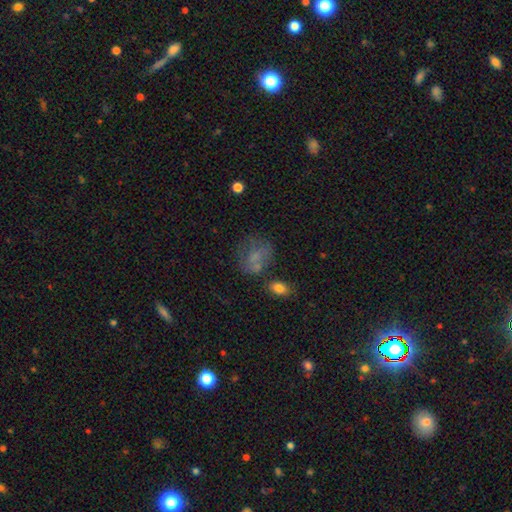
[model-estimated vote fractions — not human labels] Q: Smooth or featured?
A: smooth (55%); runner-up: featured or disk (29%)
Q: How rounded?
A: round (52%); runner-up: in between (46%)
Q: Merging?
A: none (44%); runner-up: minor disturbance (22%)